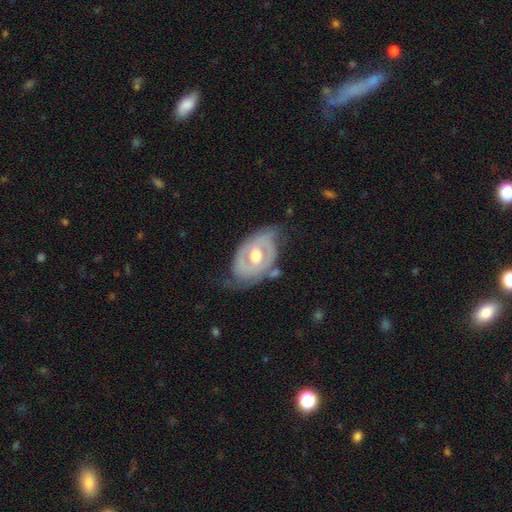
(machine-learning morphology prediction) A featured or disk galaxy (80%) with no bar (59%), 2 (63%) tight (54%) spiral arms (77%) and a moderate central bulge (77%). Merging: none (56%).